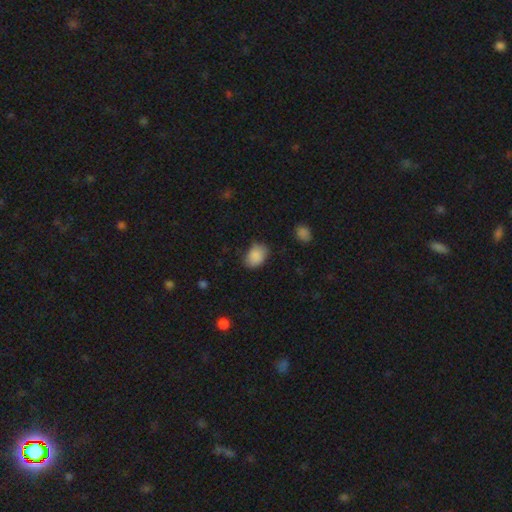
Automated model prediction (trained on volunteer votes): smooth 87%, star or artifact 8%, featured or disk 5%. Down the decision tree: how rounded — in between (71%); merging — none (67%).